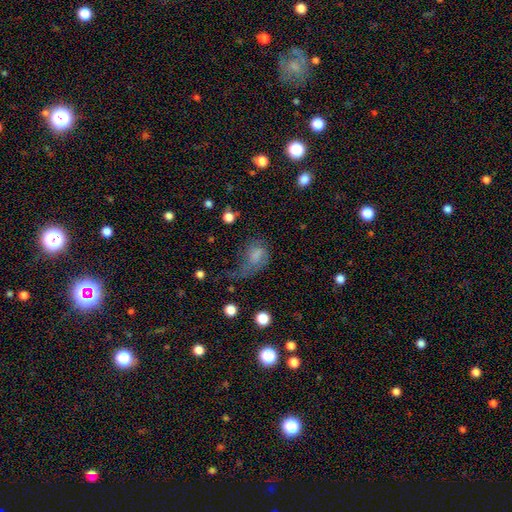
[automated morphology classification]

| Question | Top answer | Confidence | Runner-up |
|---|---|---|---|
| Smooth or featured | smooth | 55% | featured or disk (33%) |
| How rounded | in between | 73% | round (24%) |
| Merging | major disturbance | 54% | none (22%) |